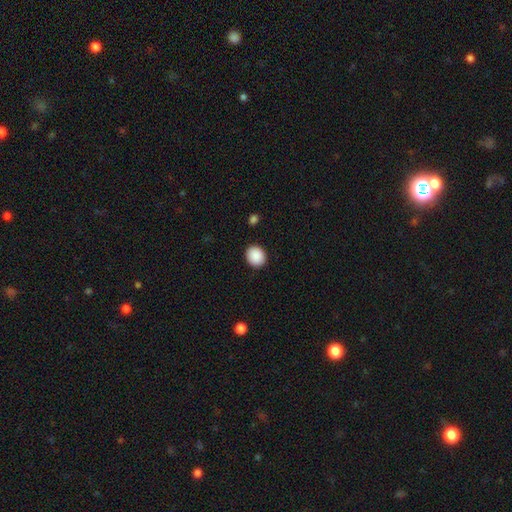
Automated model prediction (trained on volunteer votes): smooth_or_featured: smooth (p=0.90) [alt: star or artifact p=0.08]
how_rounded: round (p=0.74) [alt: in between p=0.25]
merging: none (p=0.91) [alt: minor disturbance p=0.06]